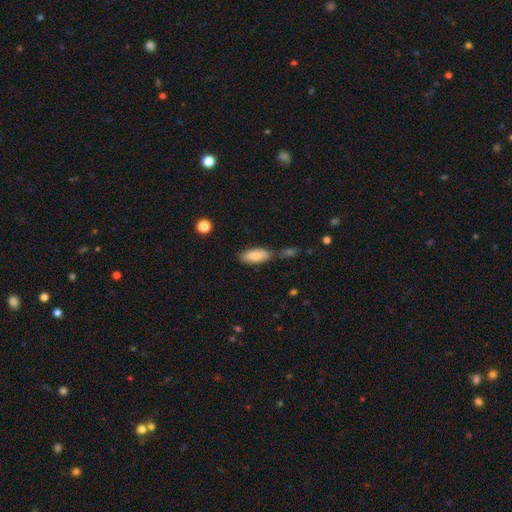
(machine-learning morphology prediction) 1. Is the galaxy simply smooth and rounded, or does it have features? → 83% smooth, 11% featured or disk, 7% star or artifact.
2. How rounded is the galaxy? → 83% in between, 14% cigar-shaped, 2% round.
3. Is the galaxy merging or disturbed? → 59% none, 18% minor disturbance, 17% merger, 5% major disturbance.